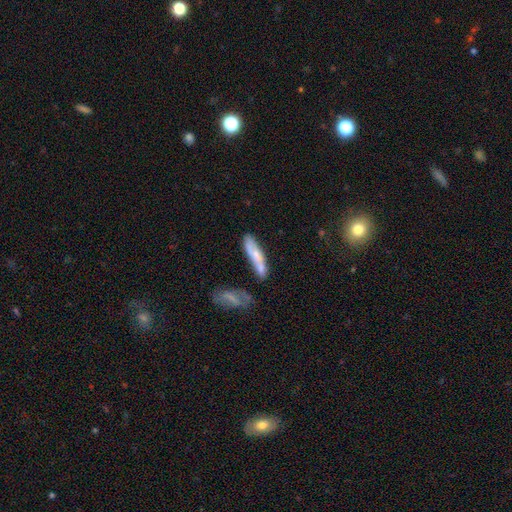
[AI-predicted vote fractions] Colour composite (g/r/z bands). It shows a smooth galaxy with no disk features (54%) that is cigar-shaped (73%). Merging: none (51%).